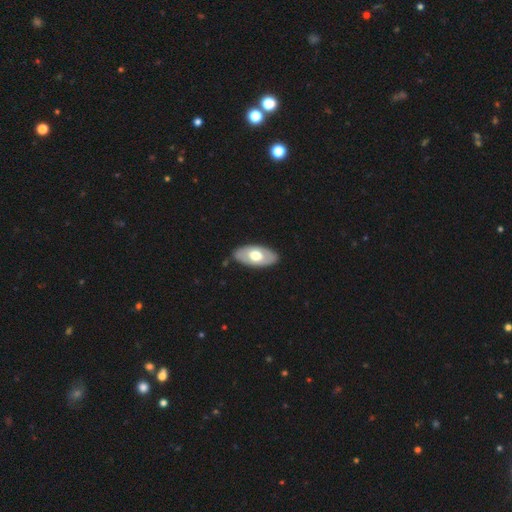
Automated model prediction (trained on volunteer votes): smooth_or_featured: smooth (p=0.52) [alt: featured or disk p=0.44]
how_rounded: in between (p=0.93) [alt: round p=0.03]
merging: none (p=0.84) [alt: minor disturbance p=0.12]